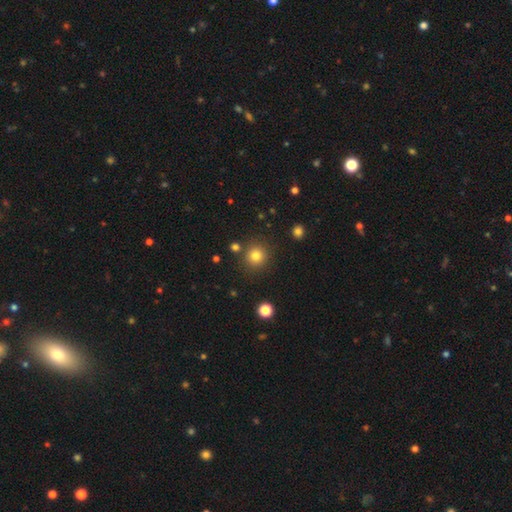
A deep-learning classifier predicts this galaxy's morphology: A smooth galaxy with no disk features (81%) that is round (92%). Merging: none (85%).